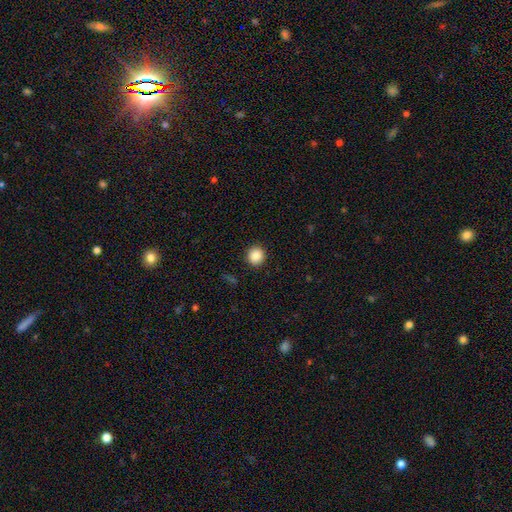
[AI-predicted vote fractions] A smooth galaxy with no disk features (88%) that is round (91%). Merging: none (91%).